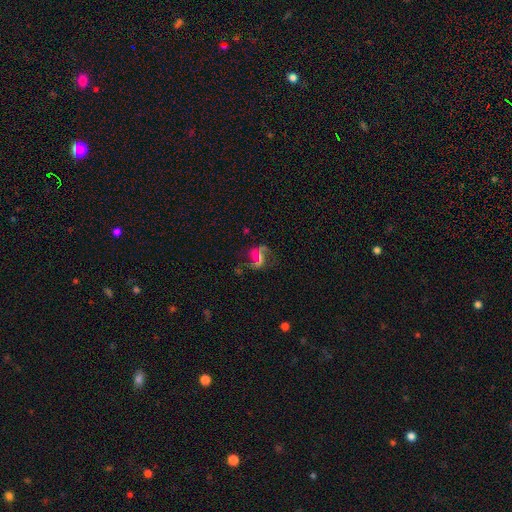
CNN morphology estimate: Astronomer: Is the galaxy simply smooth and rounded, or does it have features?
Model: featured or disk — 66%.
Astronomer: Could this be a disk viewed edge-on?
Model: no — 97%.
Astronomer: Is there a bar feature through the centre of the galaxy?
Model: no — 47% (runner-up: weak, 37%).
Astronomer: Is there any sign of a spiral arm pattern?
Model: yes — 79%.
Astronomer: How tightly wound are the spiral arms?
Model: loose — 62%.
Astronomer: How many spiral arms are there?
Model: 2 — 77%.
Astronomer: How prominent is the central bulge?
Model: small — 42% (runner-up: none, 37%).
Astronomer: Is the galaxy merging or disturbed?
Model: none — 48% (runner-up: major disturbance, 27%).